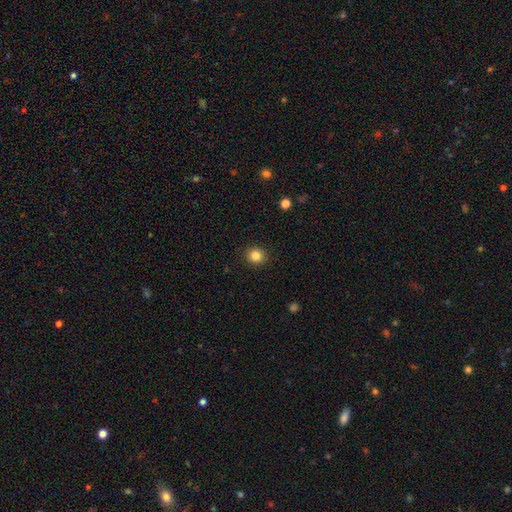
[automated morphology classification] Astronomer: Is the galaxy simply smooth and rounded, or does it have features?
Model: smooth — 83%.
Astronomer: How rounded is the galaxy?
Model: round — 87%.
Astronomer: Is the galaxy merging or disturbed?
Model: none — 92%.